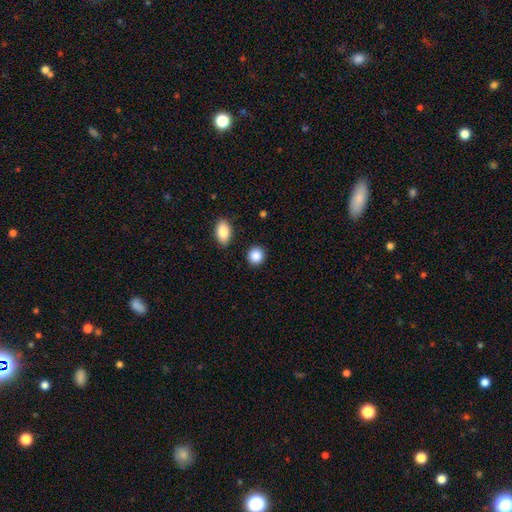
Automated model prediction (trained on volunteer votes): Smooth or featured? smooth (89%)
How rounded? round (83%)
Merging? none (89%)